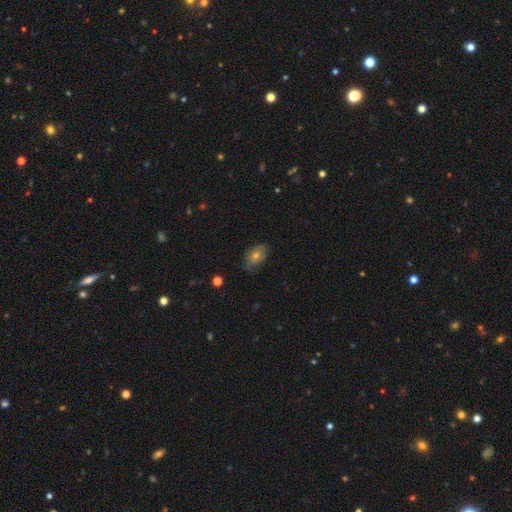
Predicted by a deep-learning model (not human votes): Q: Smooth or featured?
A: smooth (54%); runner-up: featured or disk (31%)
Q: How rounded?
A: in between (79%); runner-up: round (19%)
Q: Merging?
A: none (70%); runner-up: minor disturbance (22%)